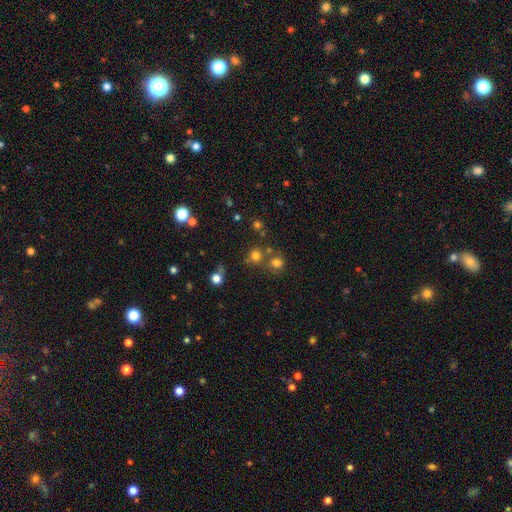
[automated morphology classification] This is likely a smooth galaxy (71%). How rounded: clearly round (87%). Merging: possibly none (60%).